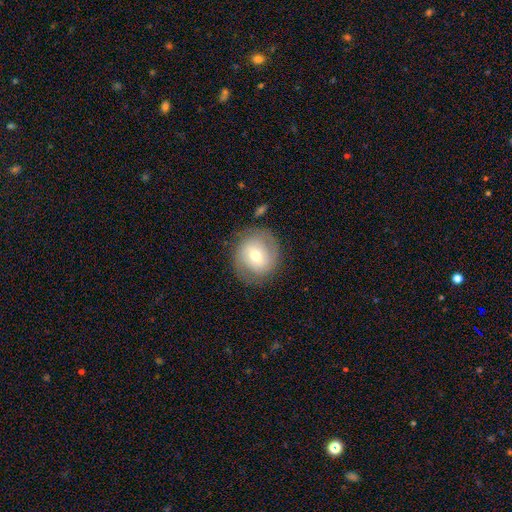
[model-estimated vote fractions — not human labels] Overall: featured or disk (49%; smooth 43%). Merging: none (80%).